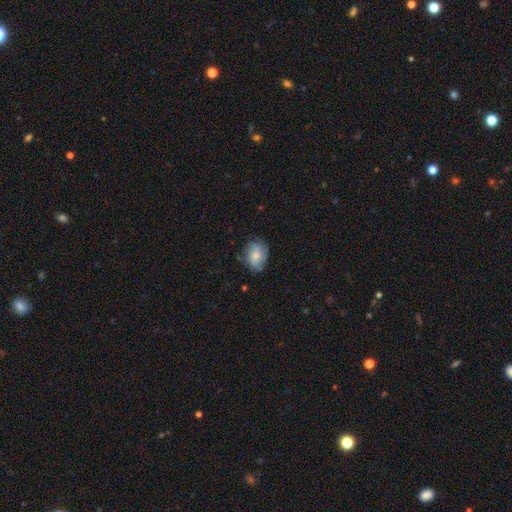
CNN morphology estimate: Overall: smooth (68%). How rounded: in between (67%; round 31%). Merging: none (66%).